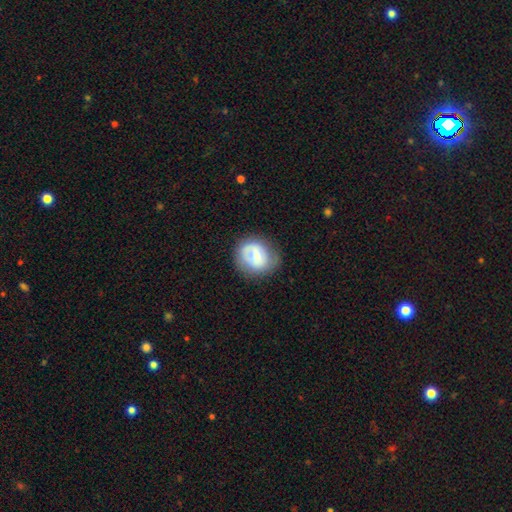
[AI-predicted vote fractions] Smooth or featured? smooth (51%)
How rounded? round (70%)
Merging? none (61%)